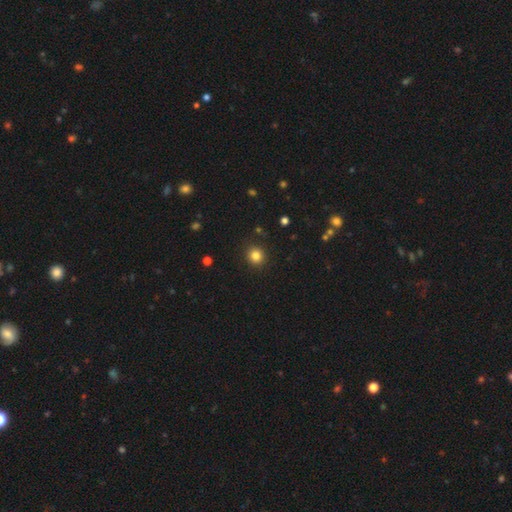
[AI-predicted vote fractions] Overall: smooth (83%). How rounded: round (91%). Merging: none (91%).